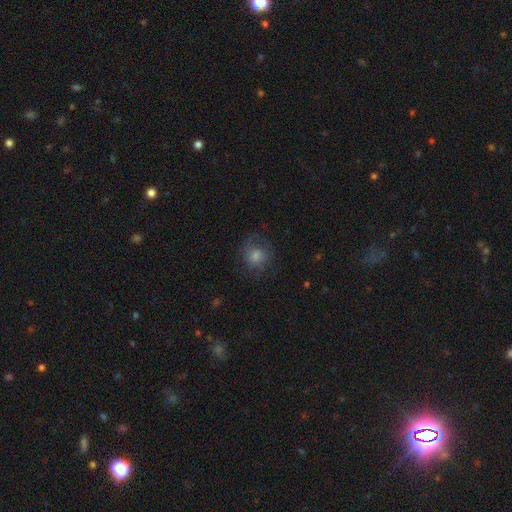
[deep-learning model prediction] Smooth or featured? smooth (44%)
Merging? none (67%)